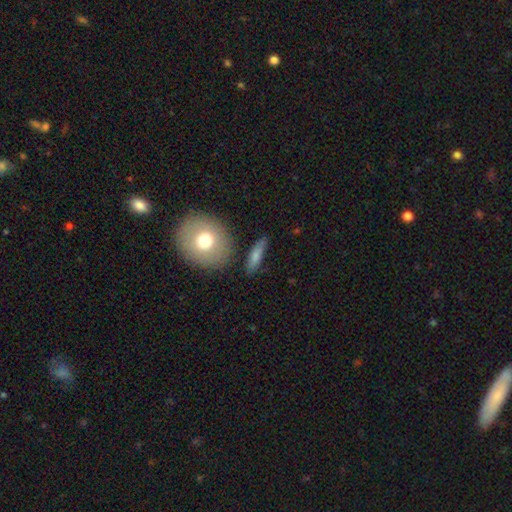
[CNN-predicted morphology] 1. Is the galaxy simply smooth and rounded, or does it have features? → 74% smooth, 18% featured or disk, 8% star or artifact.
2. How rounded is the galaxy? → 59% cigar-shaped, 34% in between, 7% round.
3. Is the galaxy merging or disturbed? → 78% none, 14% minor disturbance, 4% merger, 4% major disturbance.